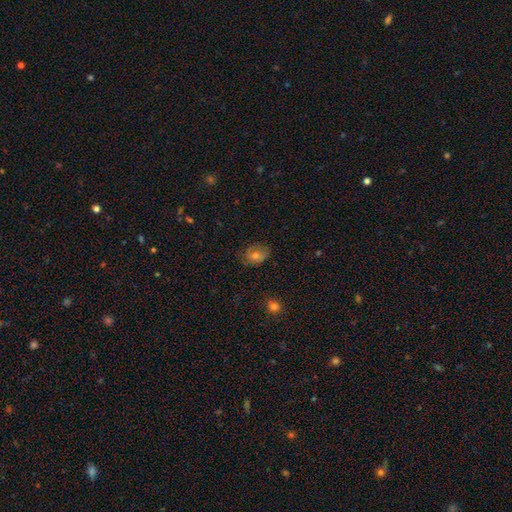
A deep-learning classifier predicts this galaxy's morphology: The model was most divided on "how rounded": in between: 58%, round: 41%, cigar-shaped: 1%. More confident: merging — none (74%); smooth or featured — smooth (51%).